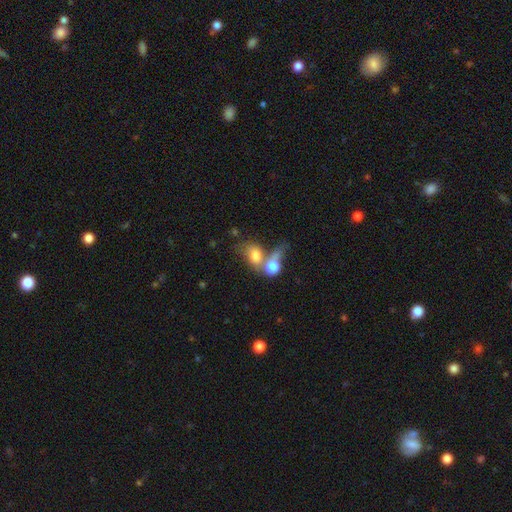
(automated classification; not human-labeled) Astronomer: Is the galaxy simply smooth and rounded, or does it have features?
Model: smooth — 71%.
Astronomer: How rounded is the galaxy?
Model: in between — 66%.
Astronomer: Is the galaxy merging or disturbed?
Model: merger — 58%.